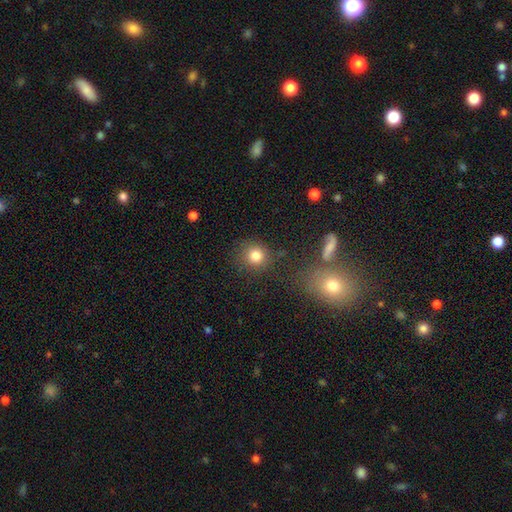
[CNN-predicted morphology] The model was most divided on "smooth or featured": smooth: 82%, star or artifact: 12%, featured or disk: 6%. More confident: how rounded — round (91%); merging — none (82%).